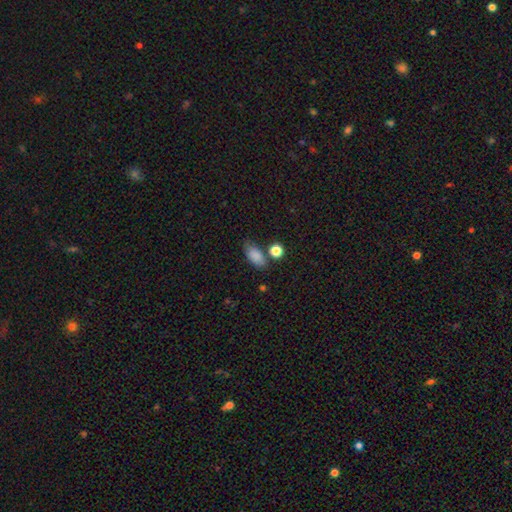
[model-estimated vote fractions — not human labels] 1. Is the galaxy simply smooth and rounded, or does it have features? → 85% smooth, 9% star or artifact, 6% featured or disk.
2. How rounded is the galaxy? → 88% in between, 8% round, 4% cigar-shaped.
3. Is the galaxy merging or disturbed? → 66% none, 19% minor disturbance, 9% merger, 6% major disturbance.